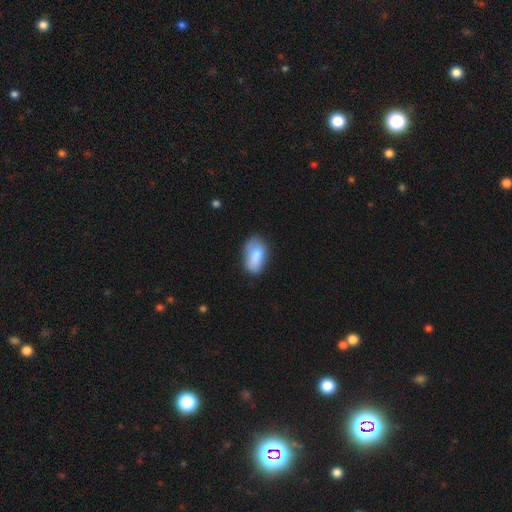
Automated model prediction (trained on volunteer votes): The model was most divided on "merging": none: 59%, minor disturbance: 28%, major disturbance: 8%, merger: 4%. More confident: how rounded — in between (91%); smooth or featured — smooth (77%).